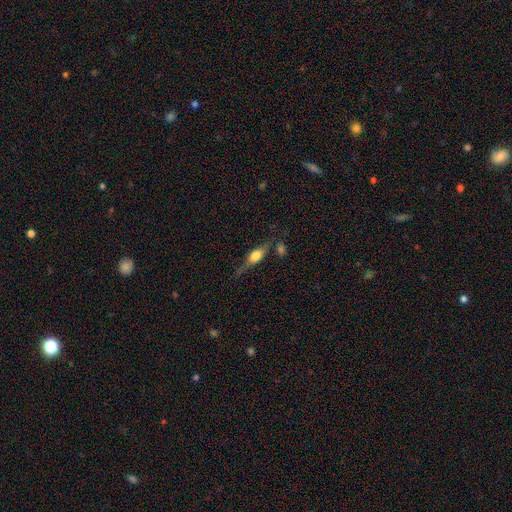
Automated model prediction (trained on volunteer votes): featured or disk 57%, smooth 36%, star or artifact 7%. Down the decision tree: edge-on disk — yes (91%); edge-on bulge — rounded (87%); merging — none (63%).